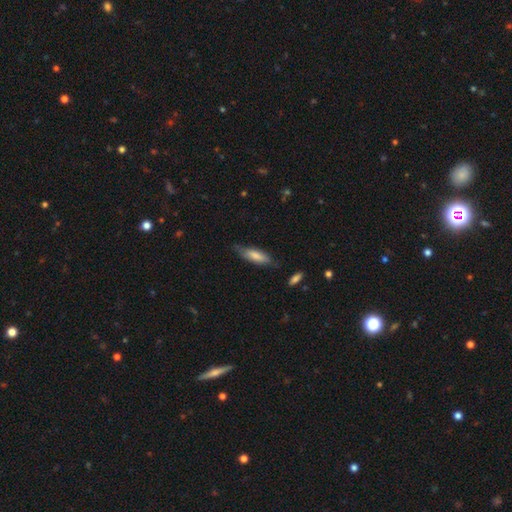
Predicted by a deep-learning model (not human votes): A smooth galaxy with no disk features (76%) that is in between round and cigar-shaped (50%). Merging: none (64%).